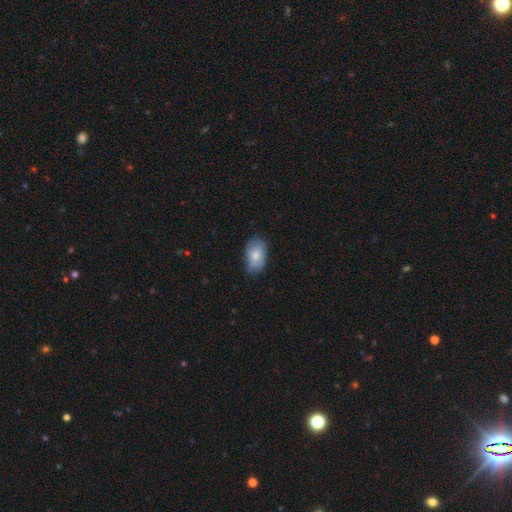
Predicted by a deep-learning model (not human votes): Morphology: type=smooth (79%); roundness=in between (92%); merging=none (73%).